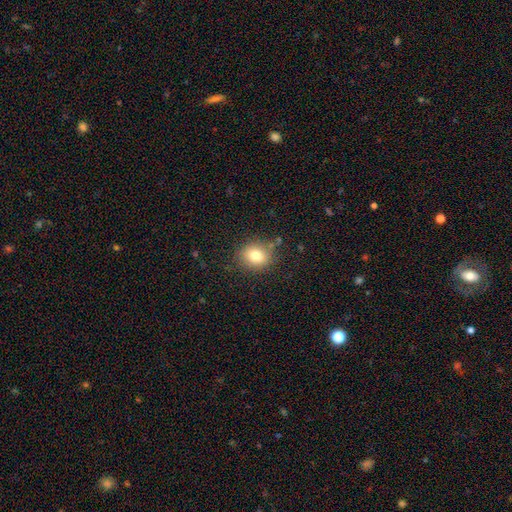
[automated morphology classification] This appears to be a smooth galaxy with no disk features (78%) that is round (65%). Merging: none (82%).